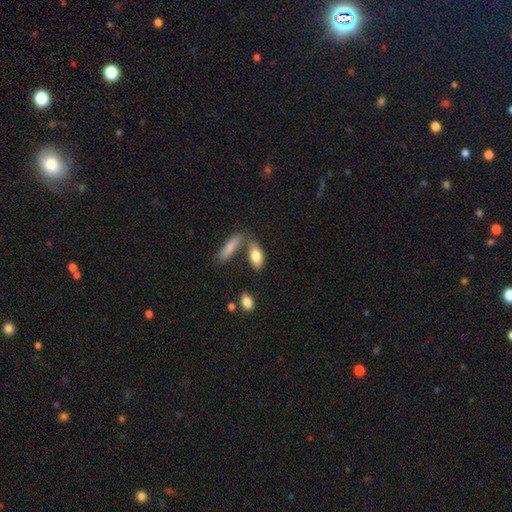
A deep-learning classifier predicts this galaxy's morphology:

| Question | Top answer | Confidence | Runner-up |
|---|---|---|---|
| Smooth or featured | smooth | 79% | featured or disk (14%) |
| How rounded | in between | 82% | cigar-shaped (14%) |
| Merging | none | 52% | merger (28%) |